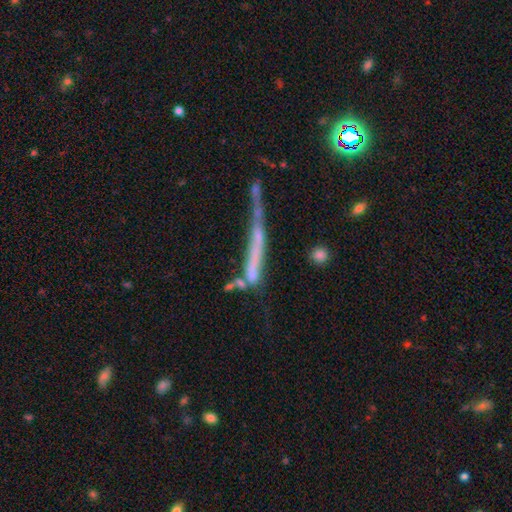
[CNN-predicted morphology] The model was most divided on "smooth or featured": featured or disk: 53%, smooth: 29%, star or artifact: 18%. Remaining: edge-on disk — yes (80%); merging — none (44%).